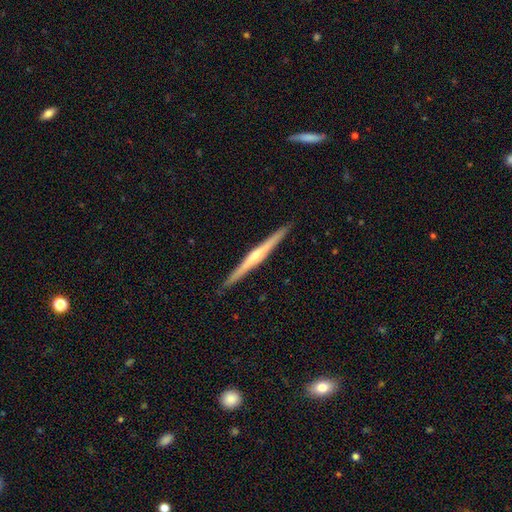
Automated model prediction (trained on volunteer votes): Q: Smooth or featured?
A: featured or disk (72%); runner-up: smooth (23%)
Q: Edge-on disk?
A: yes (98%); runner-up: no (2%)
Q: Edge-on bulge?
A: rounded (63%); runner-up: none (29%)
Q: Merging?
A: none (92%); runner-up: minor disturbance (6%)